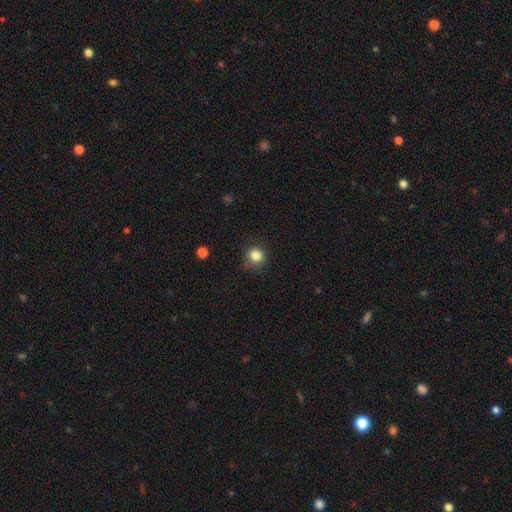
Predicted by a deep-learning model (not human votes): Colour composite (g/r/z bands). It shows a smooth galaxy with no disk features (83%) that is round (90%). Merging: none (80%).